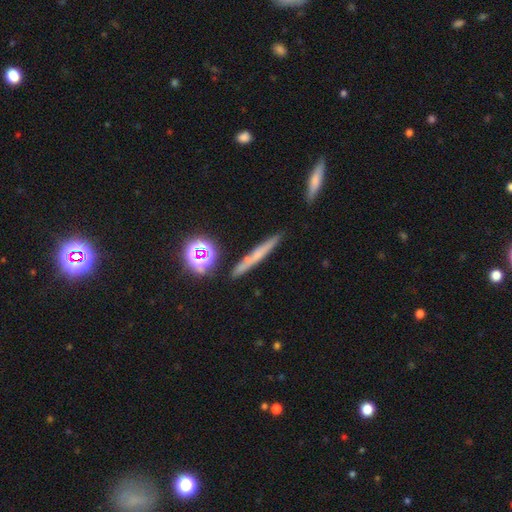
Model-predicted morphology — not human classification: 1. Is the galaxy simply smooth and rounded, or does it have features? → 47% smooth, 37% featured or disk, 16% star or artifact.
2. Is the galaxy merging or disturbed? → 85% none, 9% minor disturbance, 4% merger, 2% major disturbance.